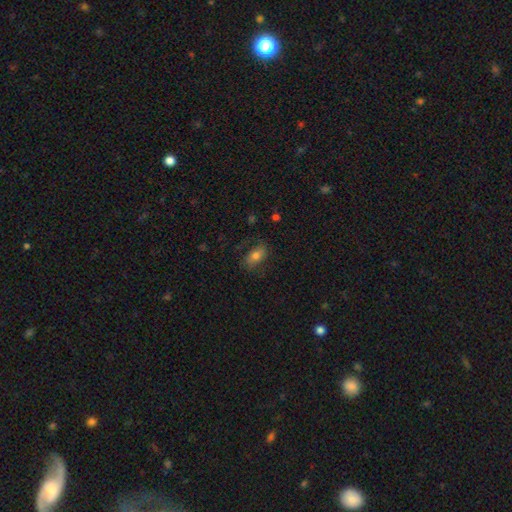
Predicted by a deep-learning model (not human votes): smooth 72%, featured or disk 19%, star or artifact 9%. Down the decision tree: how rounded — in between (89%); merging — none (73%).